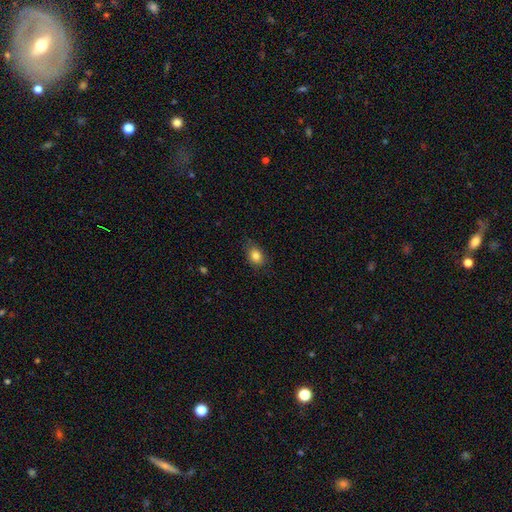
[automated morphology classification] This appears to be a smooth galaxy with no disk features (84%) that is in between round and cigar-shaped (63%). Merging: none (77%).